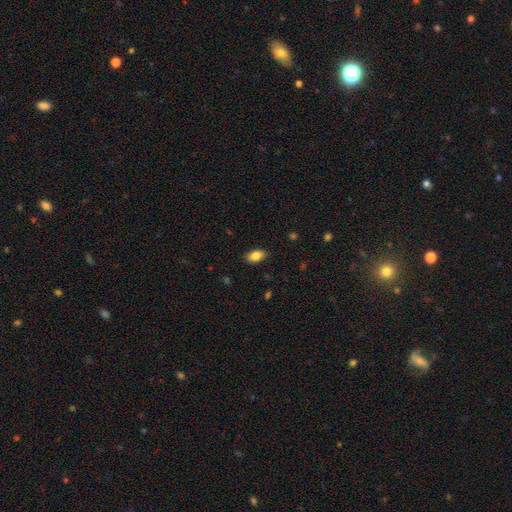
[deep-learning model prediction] smooth_or_featured: smooth (p=0.86) [alt: star or artifact p=0.08]
how_rounded: in between (p=0.91) [alt: round p=0.07]
merging: none (p=0.87) [alt: minor disturbance p=0.10]